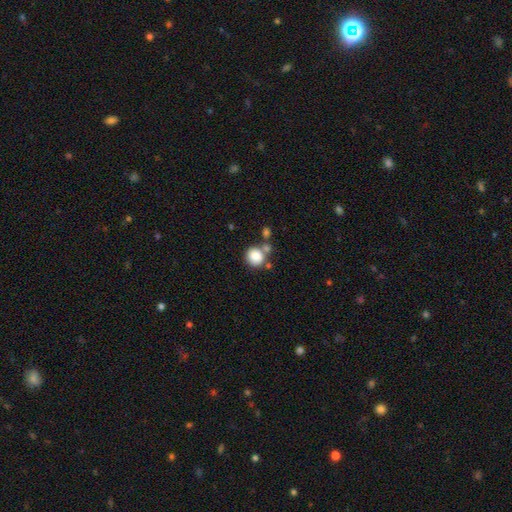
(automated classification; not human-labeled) Smooth or featured? Predicted: smooth (p=0.84). How rounded? Predicted: round (p=0.84). Merging? Predicted: none (p=0.60).